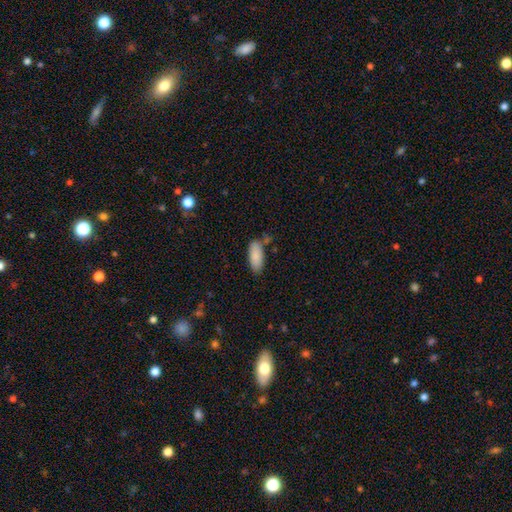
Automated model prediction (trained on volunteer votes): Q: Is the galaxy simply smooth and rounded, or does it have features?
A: smooth — 87%.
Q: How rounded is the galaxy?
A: in between — 82%.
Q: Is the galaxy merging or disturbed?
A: none — 69%.